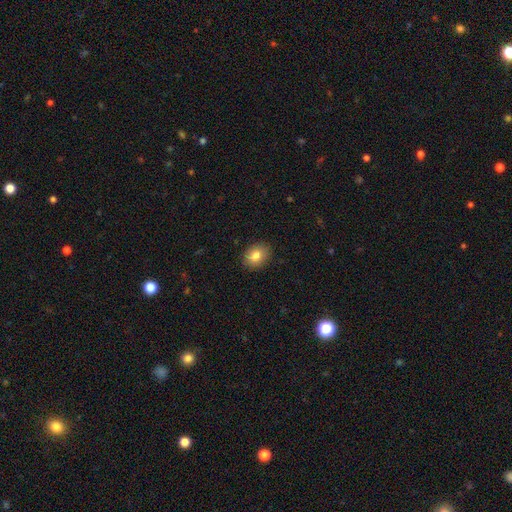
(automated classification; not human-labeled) Smooth or featured? Predicted: smooth (p=0.83). How rounded? Predicted: in between (p=0.53). Merging? Predicted: none (p=0.88).